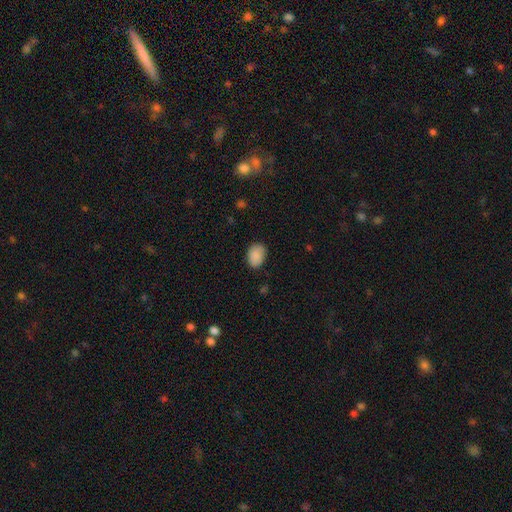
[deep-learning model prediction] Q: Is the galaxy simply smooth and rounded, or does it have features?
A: smooth — 89%.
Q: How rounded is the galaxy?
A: in between — 77%.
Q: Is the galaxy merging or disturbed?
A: none — 82%.